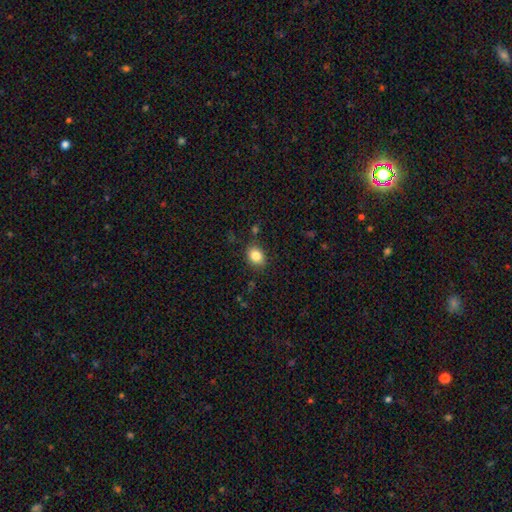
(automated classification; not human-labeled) The model was most divided on "how rounded": in between: 52%, round: 47%, cigar-shaped: 1%. More confident: smooth or featured — smooth (84%); merging — none (82%).